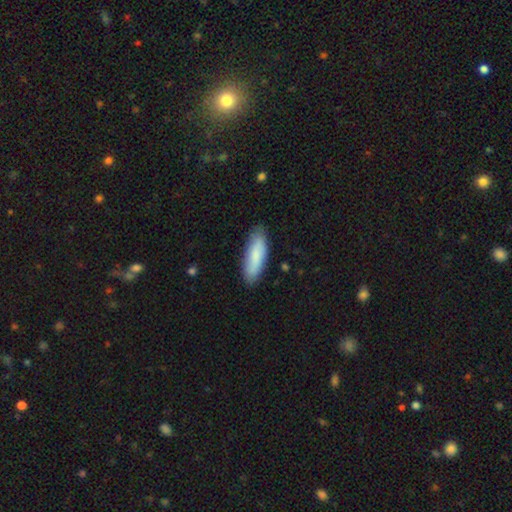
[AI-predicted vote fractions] This is clearly a smooth galaxy (82%). How rounded: possibly in between (53%). Merging: clearly none (83%).